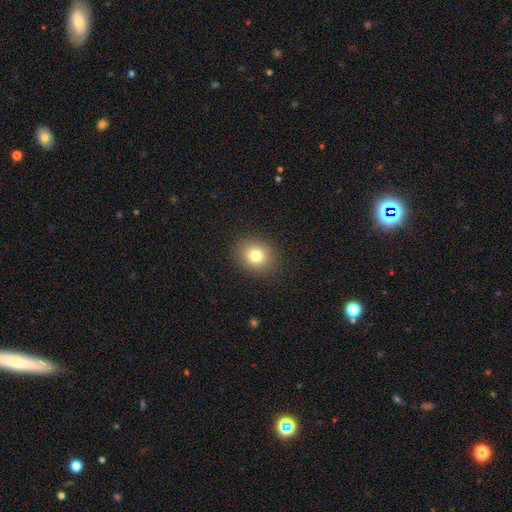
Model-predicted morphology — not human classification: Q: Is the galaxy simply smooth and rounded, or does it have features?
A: smooth — 80%.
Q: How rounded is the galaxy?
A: round — 67%.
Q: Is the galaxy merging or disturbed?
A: none — 89%.